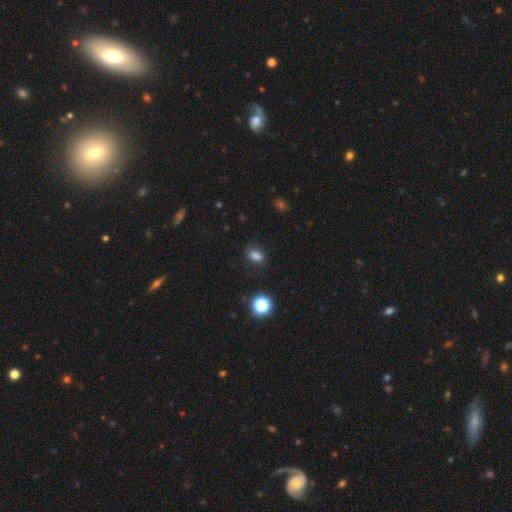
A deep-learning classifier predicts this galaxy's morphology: Q: Smooth or featured?
A: smooth (79%); runner-up: star or artifact (15%)
Q: How rounded?
A: in between (78%); runner-up: round (19%)
Q: Merging?
A: none (78%); runner-up: minor disturbance (15%)